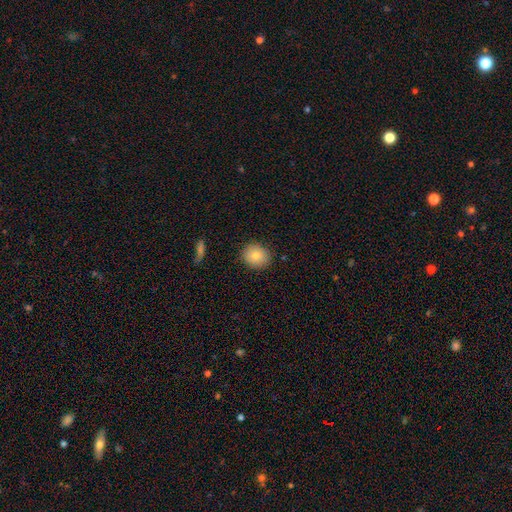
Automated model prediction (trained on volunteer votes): This appears to be a smooth galaxy with no disk features (81%) that is round (75%). Merging: none (88%).